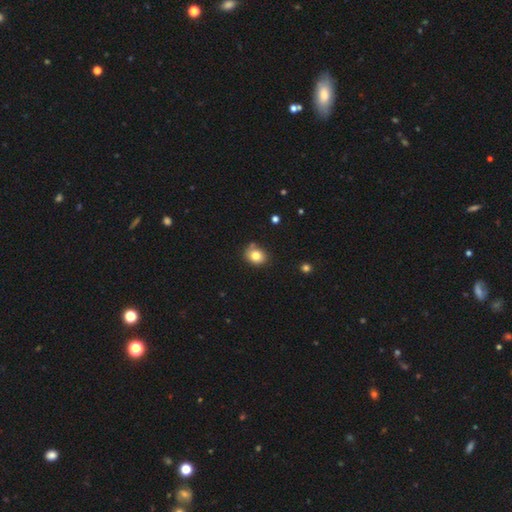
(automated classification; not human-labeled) smooth 80%, star or artifact 10%, featured or disk 9%. Down the decision tree: how rounded — round (63%); merging — none (70%).